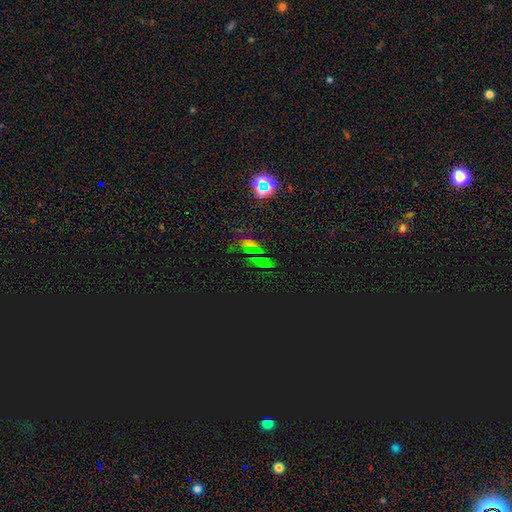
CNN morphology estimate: The model was most divided on "smooth or featured": star or artifact: 70%, smooth: 21%, featured or disk: 9%.